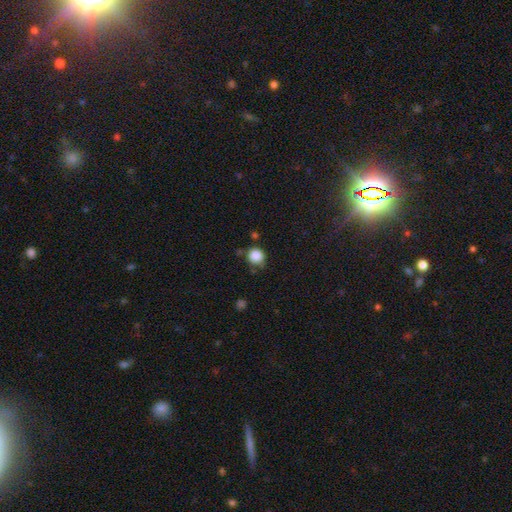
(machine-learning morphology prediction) The model was most divided on "merging": none: 72%, minor disturbance: 18%, merger: 5%, major disturbance: 5%. More confident: how rounded — round (88%); smooth or featured — smooth (86%).